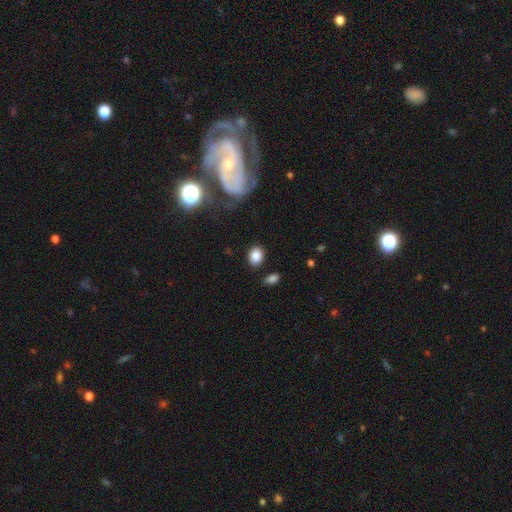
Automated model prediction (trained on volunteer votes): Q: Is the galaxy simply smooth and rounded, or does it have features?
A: smooth — 85%.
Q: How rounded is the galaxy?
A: in between — 62%.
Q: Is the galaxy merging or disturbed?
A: none — 83%.